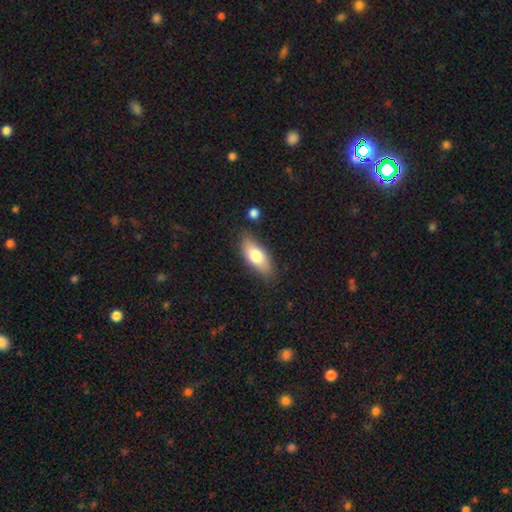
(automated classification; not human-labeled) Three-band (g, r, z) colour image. It shows a smooth galaxy with no disk features (73%) that is in between round and cigar-shaped (81%). Merging: none (79%).